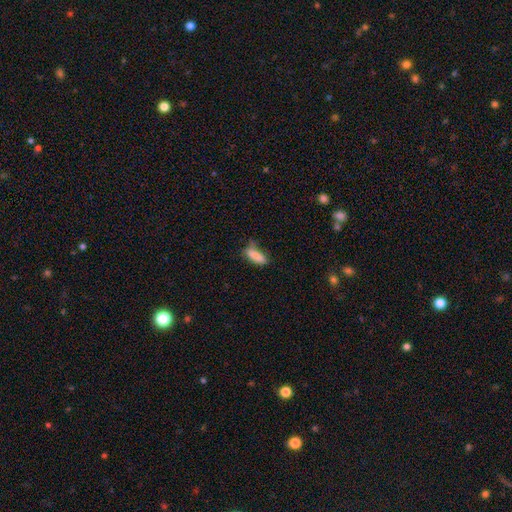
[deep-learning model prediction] Morphology: type=smooth (85%); roundness=in between (65%); merging=none (55%).